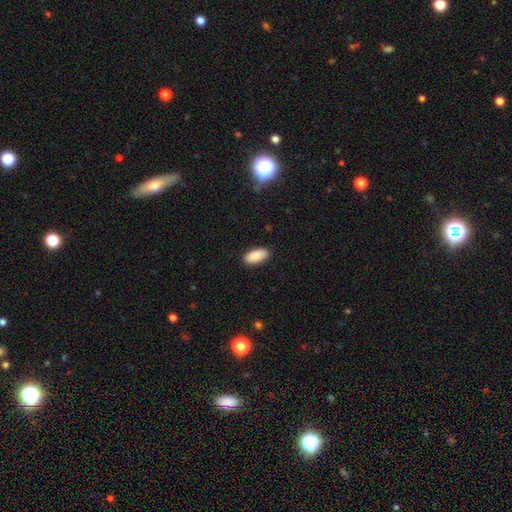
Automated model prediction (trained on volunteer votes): smooth_or_featured: smooth (p=0.90) [alt: star or artifact p=0.06]
how_rounded: in between (p=0.93) [alt: cigar-shaped p=0.05]
merging: none (p=0.89) [alt: minor disturbance p=0.08]